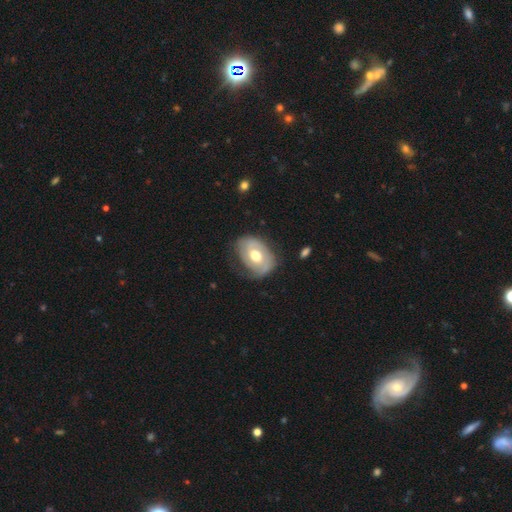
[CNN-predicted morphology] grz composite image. It shows a featured or disk galaxy (60%) with no bar (64%), spiral arms (63%) and a moderate central bulge (74%). Merging: none (63%).